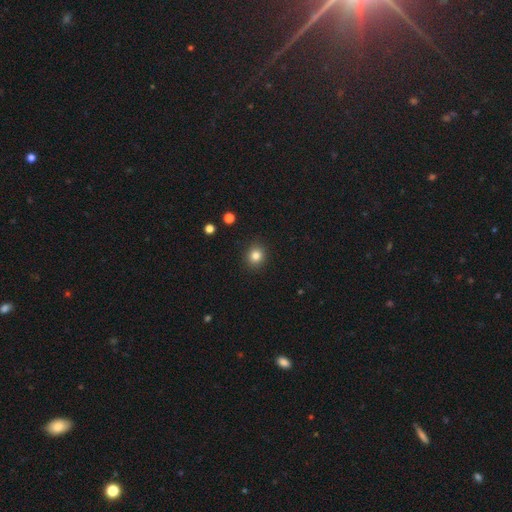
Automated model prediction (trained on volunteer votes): Q: Smooth or featured?
A: smooth (82%); runner-up: star or artifact (12%)
Q: How rounded?
A: round (83%); runner-up: in between (16%)
Q: Merging?
A: none (91%); runner-up: minor disturbance (6%)